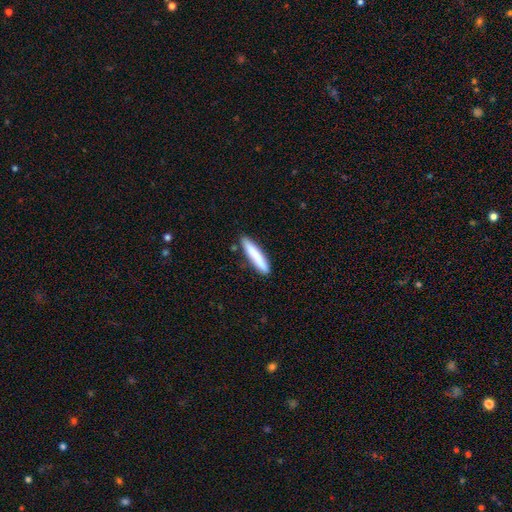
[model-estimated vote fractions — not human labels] The model was most divided on "smooth or featured": smooth: 80%, featured or disk: 14%, star or artifact: 5%. More confident: how rounded — cigar-shaped (90%); merging — none (85%).